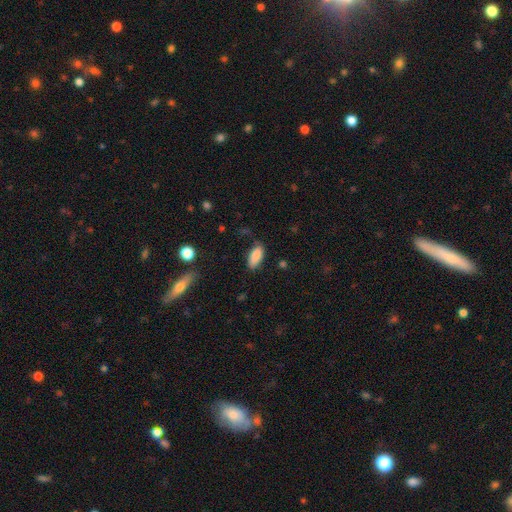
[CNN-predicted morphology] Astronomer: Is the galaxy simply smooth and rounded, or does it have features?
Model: smooth — 87%.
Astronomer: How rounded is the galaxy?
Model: in between — 87%.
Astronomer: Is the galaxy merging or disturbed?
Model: none — 70%.